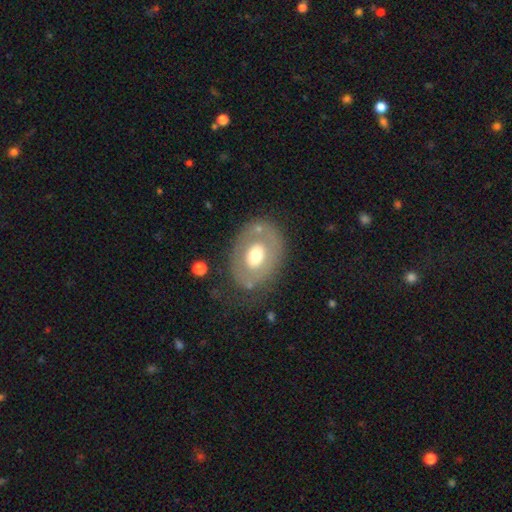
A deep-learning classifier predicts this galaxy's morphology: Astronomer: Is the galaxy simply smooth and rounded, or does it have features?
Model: smooth — 47% (runner-up: featured or disk, 46%).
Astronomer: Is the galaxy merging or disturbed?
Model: none — 70%.